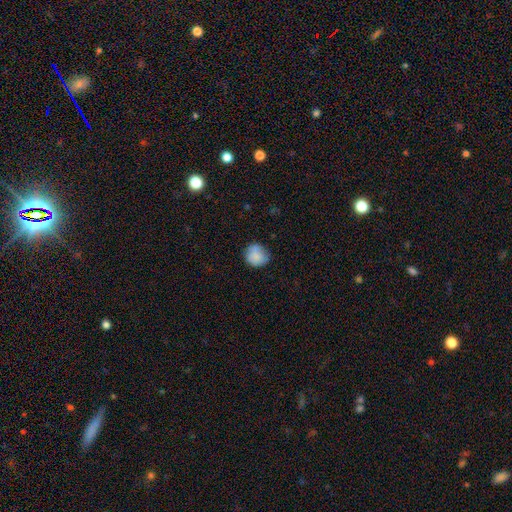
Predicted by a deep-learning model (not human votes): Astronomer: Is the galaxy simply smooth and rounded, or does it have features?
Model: smooth — 85%.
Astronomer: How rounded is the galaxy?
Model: round — 85%.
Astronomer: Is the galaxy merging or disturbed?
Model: none — 74%.